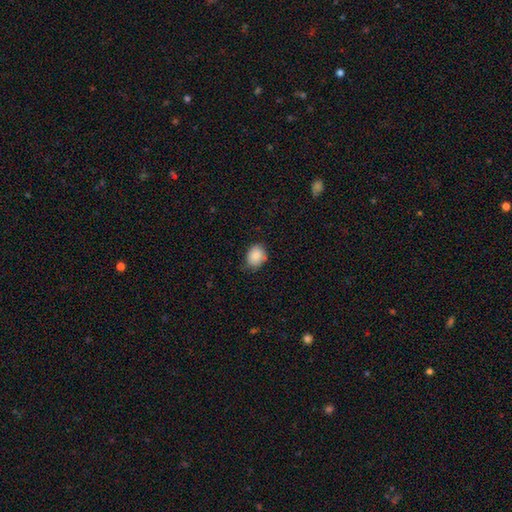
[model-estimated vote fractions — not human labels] smooth-or-featured: smooth: 87% | star or artifact: 8% | featured or disk: 5%
  how-rounded: round: 52% | in between: 47% | cigar-shaped: 1%
  merging: none: 74% | minor disturbance: 21% | major disturbance: 4% | merger: 2%